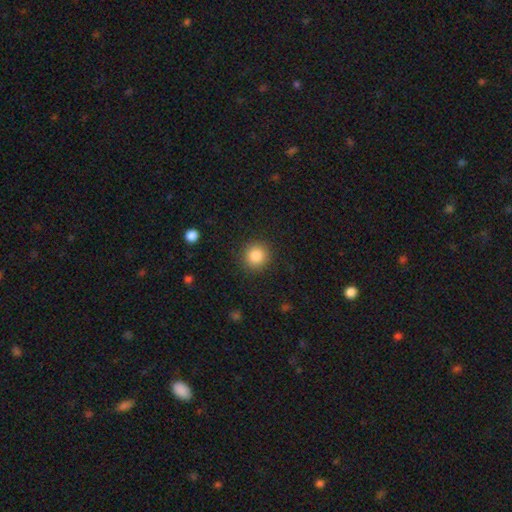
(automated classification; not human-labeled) This is clearly a smooth galaxy (86%). How rounded: clearly round (93%). Merging: clearly none (90%).